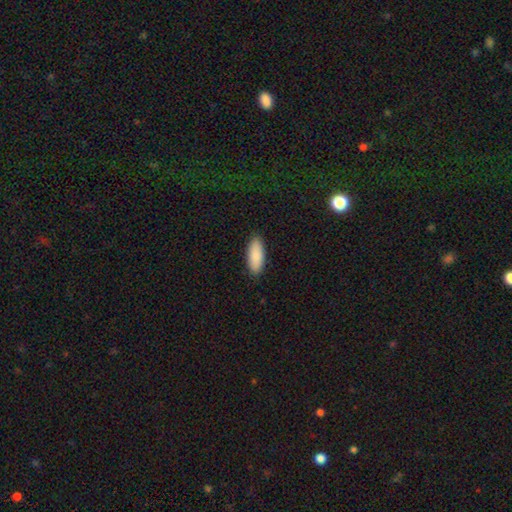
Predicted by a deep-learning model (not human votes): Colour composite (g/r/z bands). It shows a smooth galaxy with no disk features (89%) that is in between round and cigar-shaped (75%). Merging: none (89%).